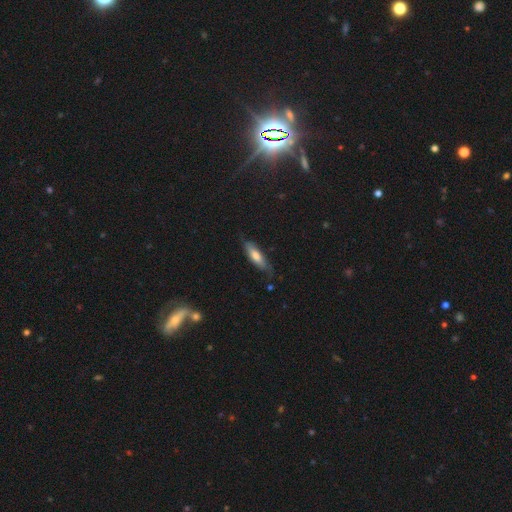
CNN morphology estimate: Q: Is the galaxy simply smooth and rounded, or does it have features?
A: smooth — 66%.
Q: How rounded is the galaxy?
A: cigar-shaped — 59%.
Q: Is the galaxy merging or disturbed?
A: none — 71%.